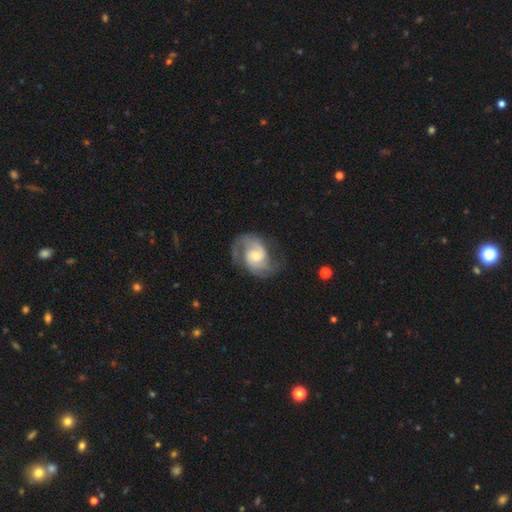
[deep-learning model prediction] Smooth or featured?
  - featured or disk: 84% *
  - smooth: 11%
  - star or artifact: 5%
Edge-on disk?
  - no: 98% *
  - yes: 2%
Bar?
  - no: 58% *
  - weak: 36%
  - strong: 6%
Spiral arms?
  - yes: 96% *
  - no: 4%
Spiral winding?
  - medium: 51% *
  - tight: 26%
  - loose: 23%
Spiral arm count?
  - 2: 81% *
  - can't tell: 7%
  - 3: 5%
  - 1: 4%
  - 4: 2%
  - more than 4: 2%
Bulge size?
  - moderate: 53% *
  - small: 35%
  - large: 8%
  - none: 3%
  - dominant: 1%
Merging?
  - none: 65% *
  - minor disturbance: 20%
  - major disturbance: 13%
  - merger: 2%